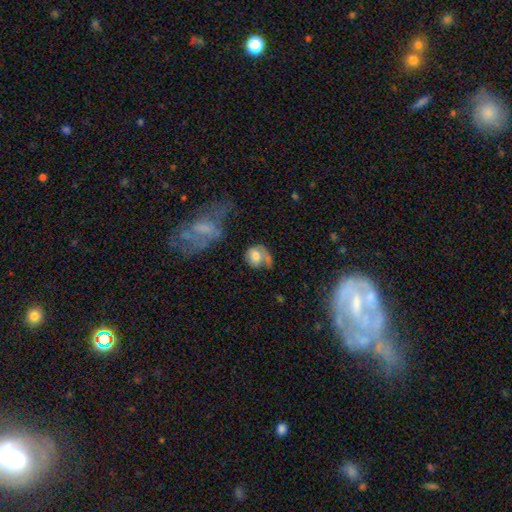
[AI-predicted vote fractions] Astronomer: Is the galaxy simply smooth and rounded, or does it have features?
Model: smooth — 61%.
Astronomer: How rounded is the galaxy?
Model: round — 64%.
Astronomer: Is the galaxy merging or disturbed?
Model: none — 35% (runner-up: major disturbance, 27%).